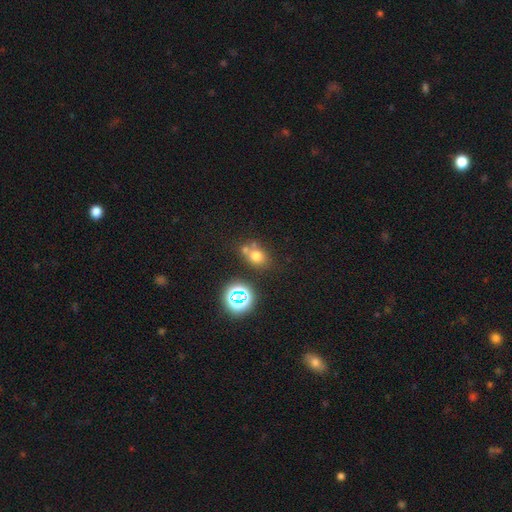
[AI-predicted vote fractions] Morphology: type=smooth (65%); roundness=round (59%); merging=none (55%).